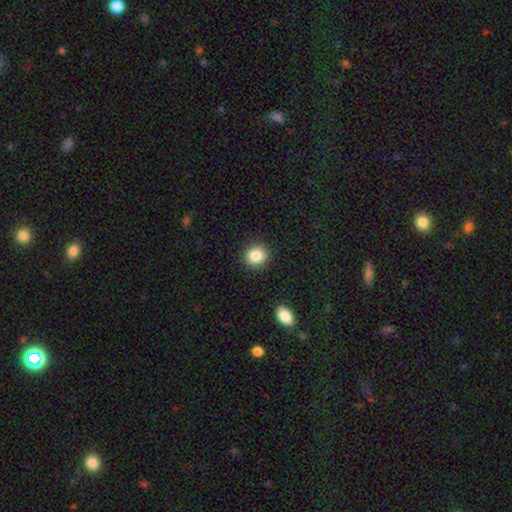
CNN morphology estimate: Smooth or featured: smooth — 86% (star or artifact — 9%)
How rounded: round — 82% (in between — 17%)
Merging: none — 91% (minor disturbance — 6%)